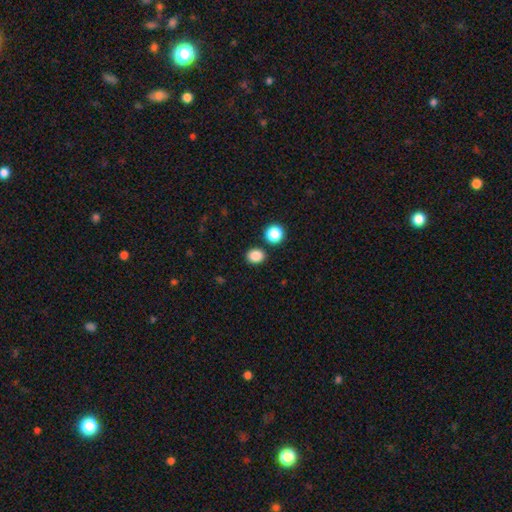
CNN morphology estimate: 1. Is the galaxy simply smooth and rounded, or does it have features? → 86% smooth, 11% star or artifact, 3% featured or disk.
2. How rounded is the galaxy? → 62% round, 37% in between, 1% cigar-shaped.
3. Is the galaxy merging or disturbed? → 85% none, 8% minor disturbance, 5% merger, 2% major disturbance.